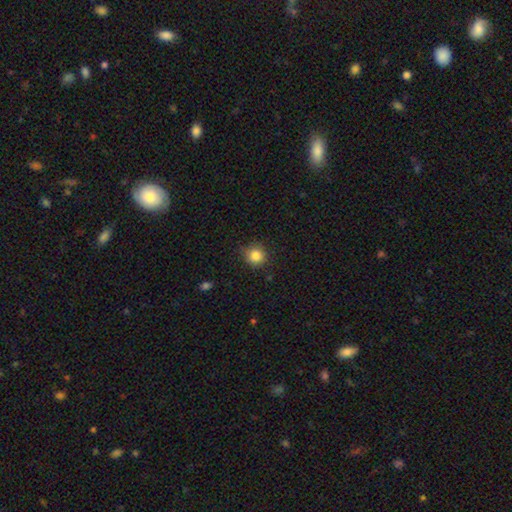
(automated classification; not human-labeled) Overall: smooth (84%). How rounded: round (91%). Merging: none (82%).